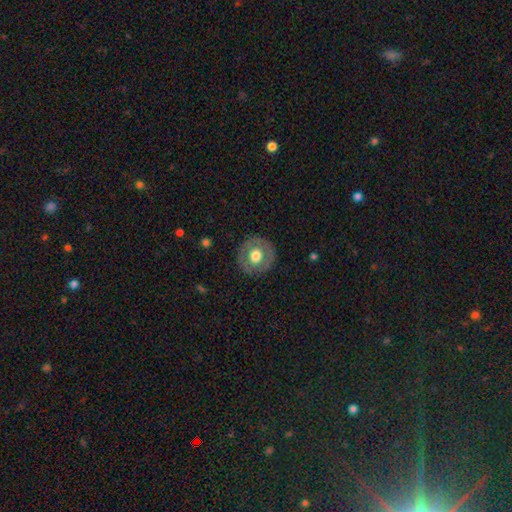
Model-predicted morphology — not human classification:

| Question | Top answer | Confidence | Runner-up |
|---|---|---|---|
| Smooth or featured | smooth | 55% | featured or disk (39%) |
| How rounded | round | 90% | in between (9%) |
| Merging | none | 86% | minor disturbance (9%) |